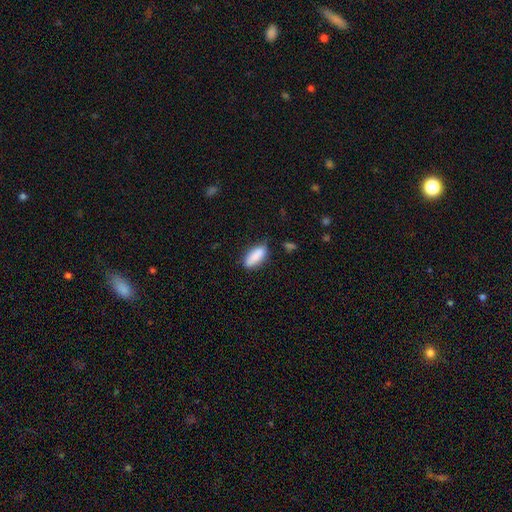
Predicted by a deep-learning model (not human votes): Q: Smooth or featured?
A: smooth (87%); runner-up: star or artifact (7%)
Q: How rounded?
A: in between (74%); runner-up: cigar-shaped (24%)
Q: Merging?
A: none (74%); runner-up: minor disturbance (19%)